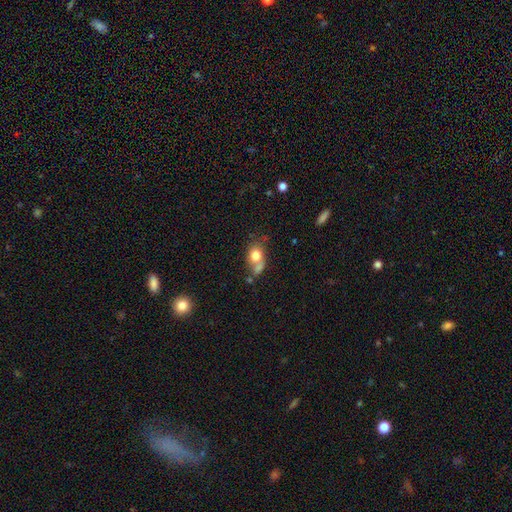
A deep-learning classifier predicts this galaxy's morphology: This appears to be a smooth galaxy with no disk features (75%) that is in between round and cigar-shaped (52%). Merging: merger (40%).